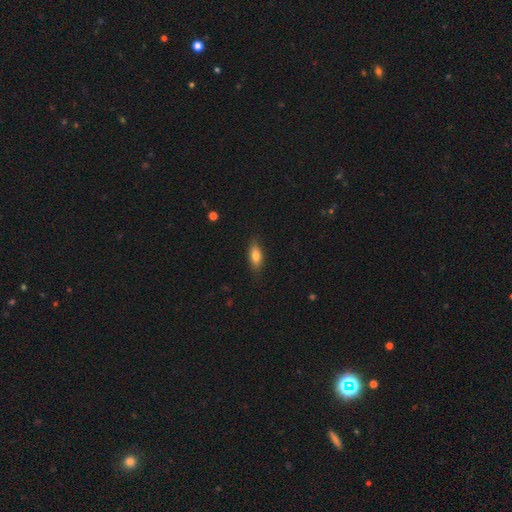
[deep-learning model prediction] smooth 77%, featured or disk 15%, star or artifact 8%. Down the decision tree: how rounded — in between (75%); merging — none (83%).